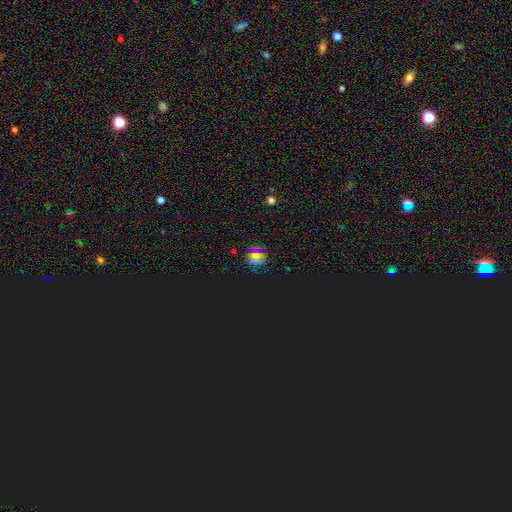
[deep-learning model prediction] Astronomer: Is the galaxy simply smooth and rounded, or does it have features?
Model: star or artifact — 58% (runner-up: smooth, 34%).